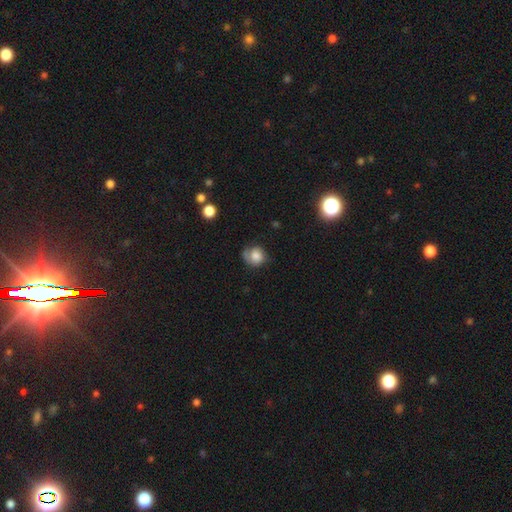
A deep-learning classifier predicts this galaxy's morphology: A smooth galaxy with no disk features (66%) that is round (75%). Merging: none (50%).